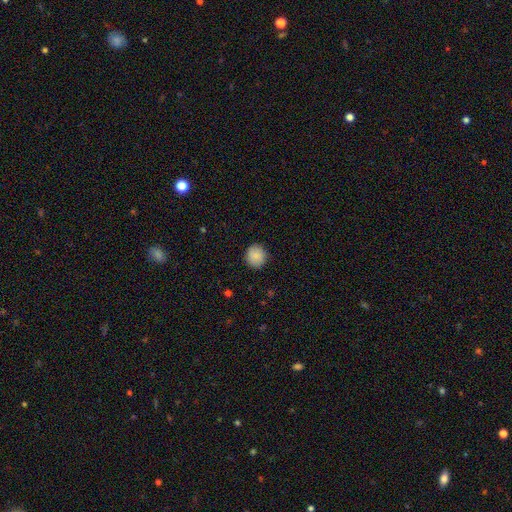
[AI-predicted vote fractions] This appears to be a smooth galaxy with no disk features (88%) that is round (90%). Merging: none (89%).